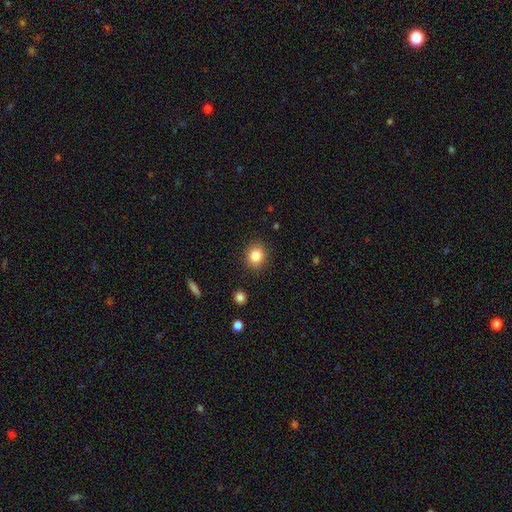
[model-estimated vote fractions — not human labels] This is clearly a smooth galaxy (83%). How rounded: likely round (74%). Merging: clearly none (89%).